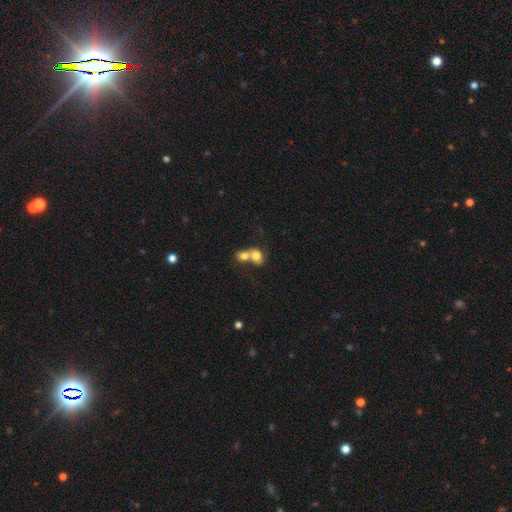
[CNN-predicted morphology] This is likely a smooth galaxy (75%). How rounded: possibly round (56%). Merging: likely merger (74%).